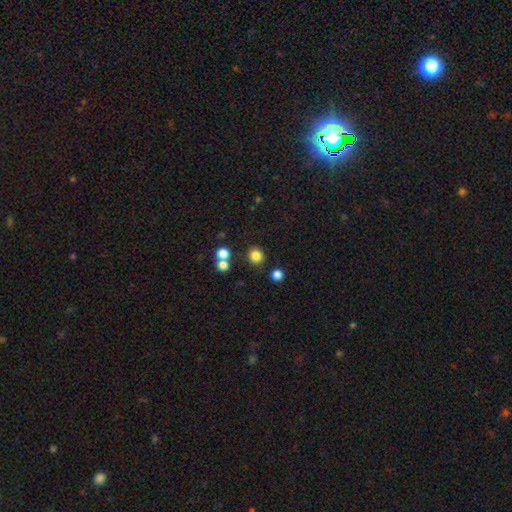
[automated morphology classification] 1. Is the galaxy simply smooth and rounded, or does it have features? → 82% smooth, 14% star or artifact, 5% featured or disk.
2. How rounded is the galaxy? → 88% round, 11% in between, 1% cigar-shaped.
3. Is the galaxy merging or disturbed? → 82% none, 8% merger, 7% minor disturbance, 3% major disturbance.